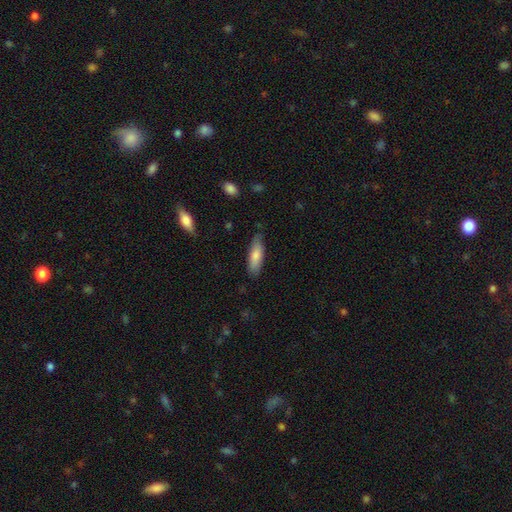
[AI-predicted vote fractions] Overall: smooth (79%). How rounded: in between (54%; cigar-shaped 45%). Merging: none (77%).